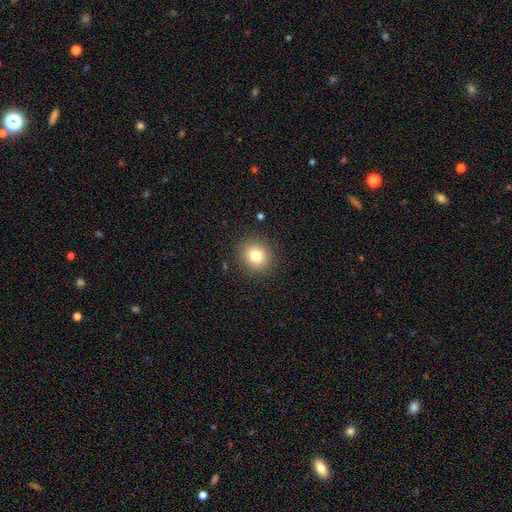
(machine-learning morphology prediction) smooth_or_featured: smooth (p=0.80) [alt: star or artifact p=0.12]
how_rounded: round (p=0.82) [alt: in between p=0.17]
merging: none (p=0.89) [alt: minor disturbance p=0.07]